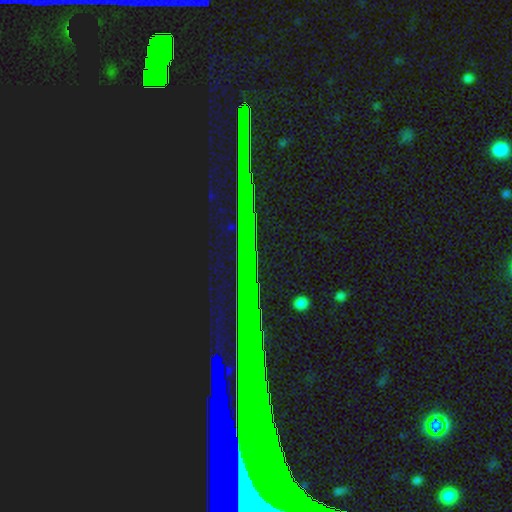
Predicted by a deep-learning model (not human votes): A star or artifact, not a galaxy (80%).